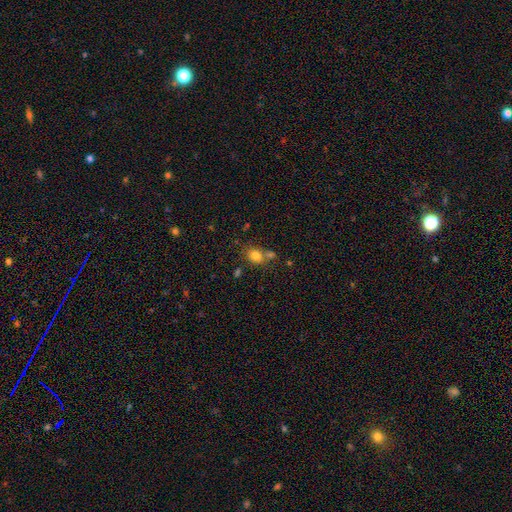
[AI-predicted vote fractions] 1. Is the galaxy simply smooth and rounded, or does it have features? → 80% smooth, 12% star or artifact, 8% featured or disk.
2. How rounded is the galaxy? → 56% round, 43% in between, 1% cigar-shaped.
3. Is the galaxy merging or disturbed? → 57% none, 27% merger, 12% minor disturbance, 4% major disturbance.